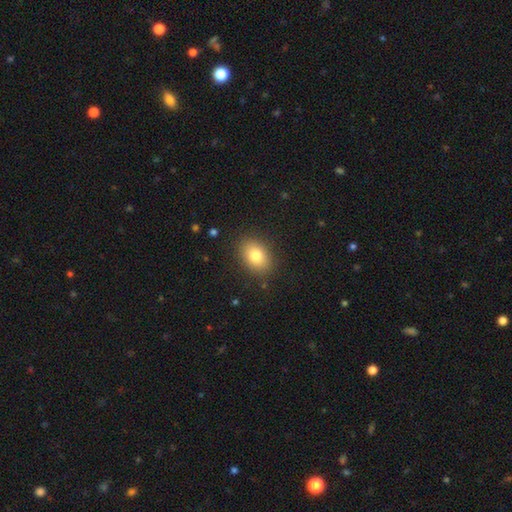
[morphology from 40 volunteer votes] Overall: smooth (88%). How rounded: in between (66%; round 31%). Merging: none (95%).